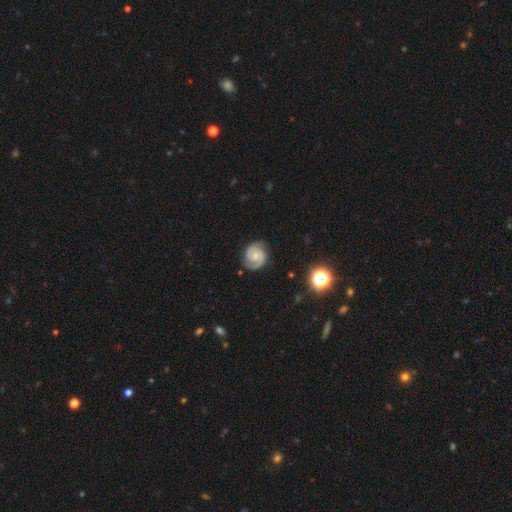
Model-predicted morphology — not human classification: smooth_or_featured: featured or disk (p=0.79) [alt: smooth p=0.14]
disk_edge_on: no (p=0.98) [alt: yes p=0.02]
bar: no (p=0.63) [alt: weak p=0.31]
has_spiral_arms: yes (p=0.96) [alt: no p=0.04]
spiral_winding: tight (p=0.53) [alt: medium p=0.39]
spiral_arm_count: 2 (p=0.83) [alt: can't tell p=0.06]
bulge_size: small (p=0.57) [alt: moderate p=0.35]
merging: none (p=0.78) [alt: minor disturbance p=0.16]